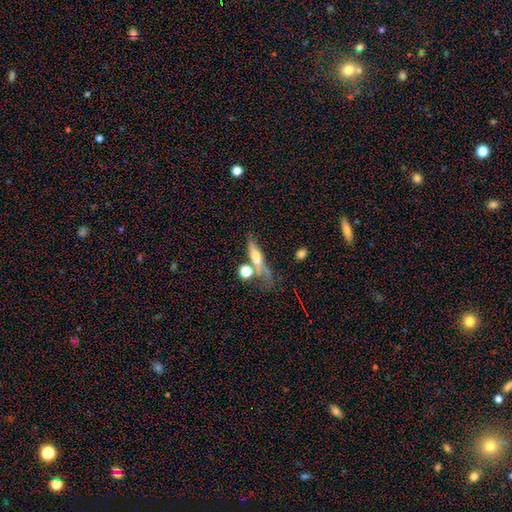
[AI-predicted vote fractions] Smooth or featured? featured or disk (46%)
Merging? none (52%)